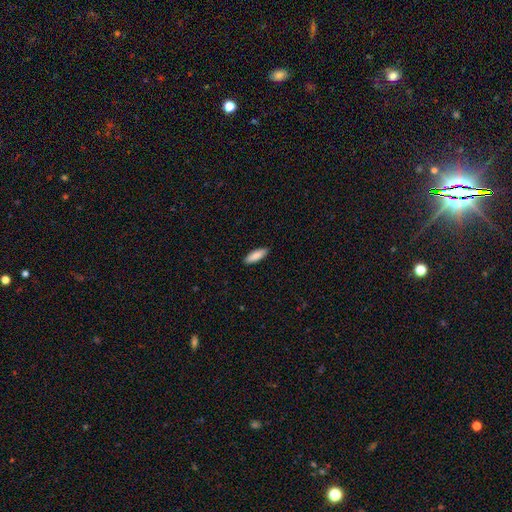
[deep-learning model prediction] Smooth or featured? Predicted: smooth (p=0.89). How rounded? Predicted: in between (p=0.61). Merging? Predicted: none (p=0.90).